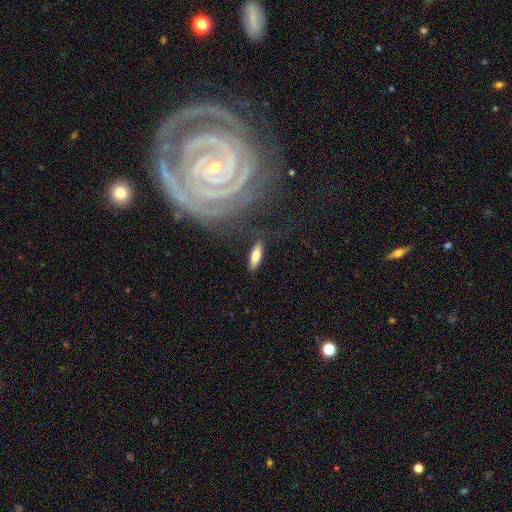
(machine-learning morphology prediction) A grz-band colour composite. It shows a smooth galaxy with no disk features (72%) that is cigar-shaped (52%). Merging: none (81%).